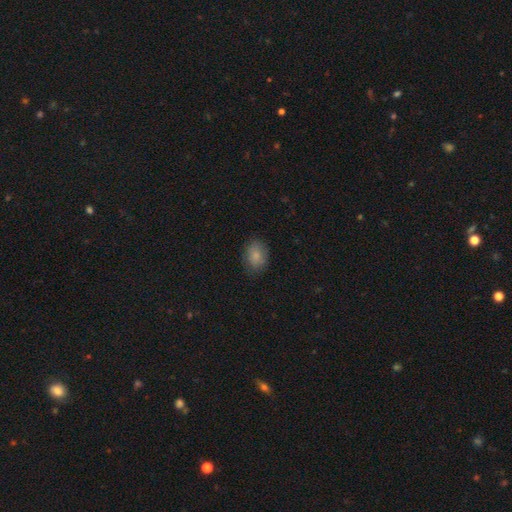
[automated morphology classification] The model was most divided on "how rounded": in between: 71%, round: 27%, cigar-shaped: 1%. More confident: smooth or featured — smooth (84%); merging — none (81%).